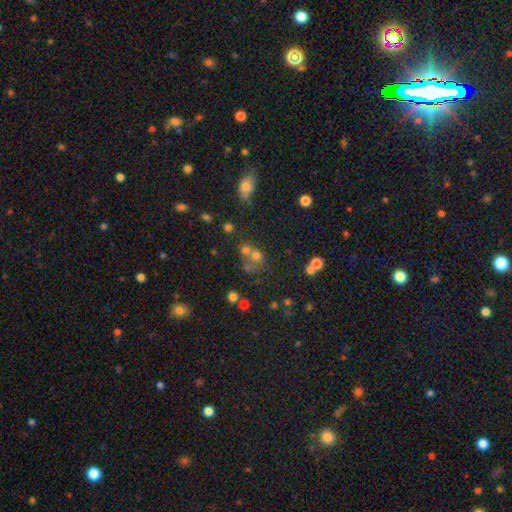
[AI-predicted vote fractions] Q: Smooth or featured?
A: smooth (60%); runner-up: star or artifact (24%)
Q: How rounded?
A: round (76%); runner-up: in between (23%)
Q: Merging?
A: none (44%); runner-up: merger (41%)